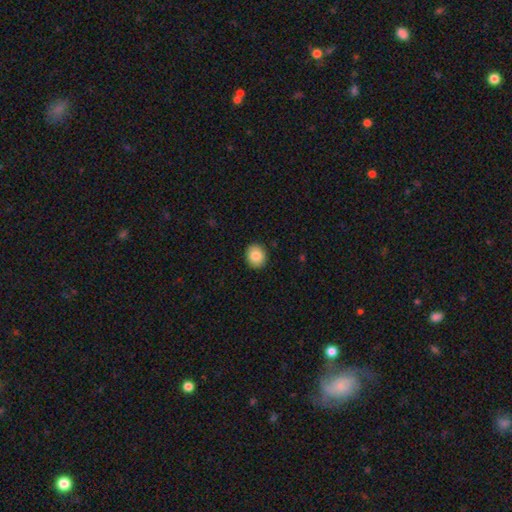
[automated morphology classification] Q: Smooth or featured?
A: smooth (85%); runner-up: star or artifact (8%)
Q: How rounded?
A: round (77%); runner-up: in between (22%)
Q: Merging?
A: none (90%); runner-up: minor disturbance (7%)